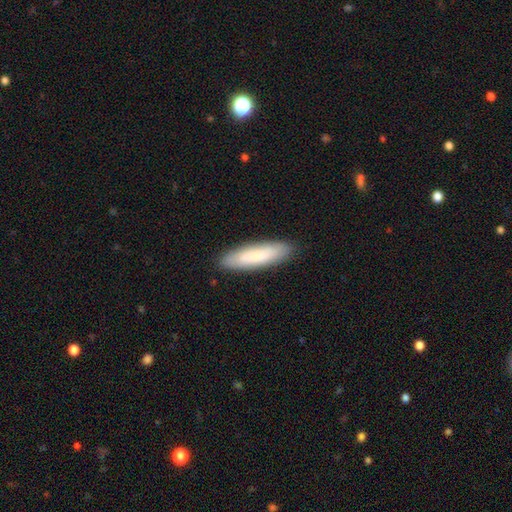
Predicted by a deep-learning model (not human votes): The model was most divided on "how rounded": cigar-shaped: 69%, in between: 30%, round: 1%. More confident: merging — none (88%); smooth or featured — smooth (81%).